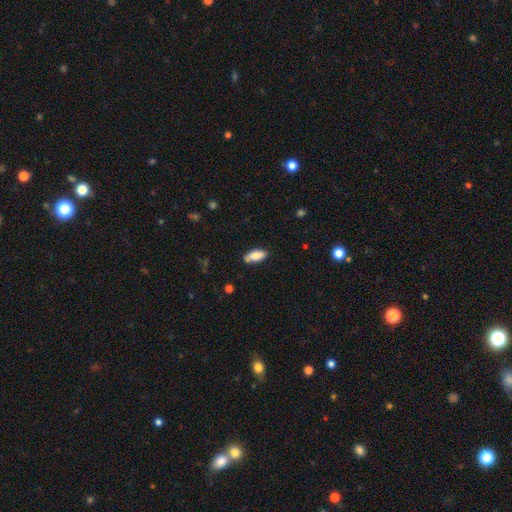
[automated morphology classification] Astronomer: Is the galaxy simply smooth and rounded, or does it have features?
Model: smooth — 80%.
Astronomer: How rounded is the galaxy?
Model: in between — 85%.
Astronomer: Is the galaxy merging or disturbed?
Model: none — 76%.